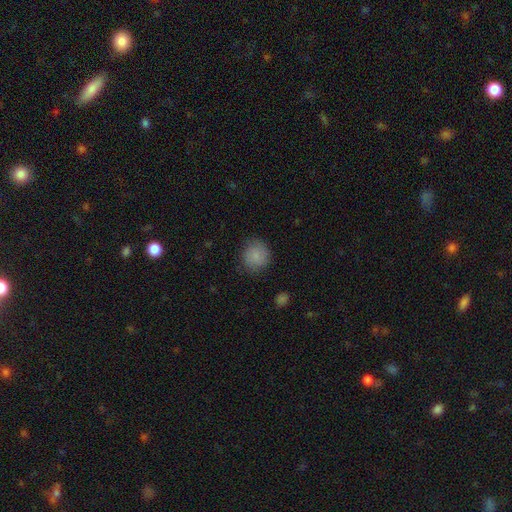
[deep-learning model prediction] Overall: smooth (85%). How rounded: round (86%). Merging: none (80%).